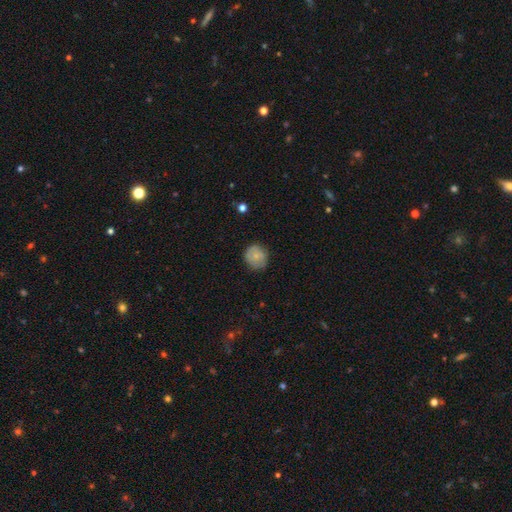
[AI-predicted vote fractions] A smooth galaxy with no disk features (76%) that is round (85%).

Vote fractions:
- Smooth or featured? smooth: 76% / featured or disk: 16% / star or artifact: 8%
- How rounded? round: 85% / in between: 14% / cigar-shaped: 1%
- Merging? none: 78% / minor disturbance: 17% / major disturbance: 4% / merger: 1%